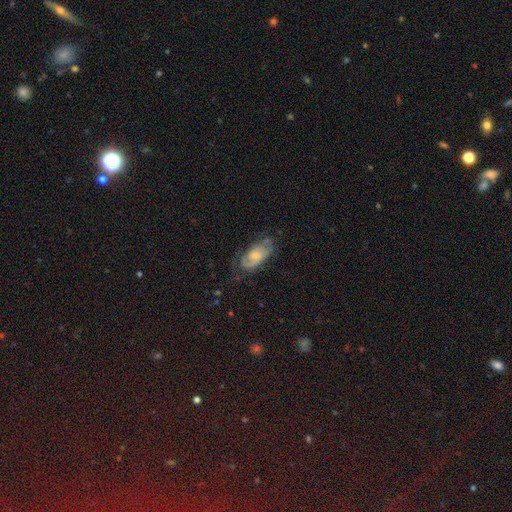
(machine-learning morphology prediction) smooth-or-featured: featured or disk: 57% | smooth: 36% | star or artifact: 7%
  disk-edge-on: no: 93% | yes: 7%
    bar: no: 72% | weak: 24% | strong: 4%
    has-spiral-arms: yes: 76% | no: 24%
    bulge-size: small: 46% | moderate: 42% | none: 6% | large: 4% | dominant: 1%
  merging: none: 53% | minor disturbance: 29% | major disturbance: 16% | merger: 2%